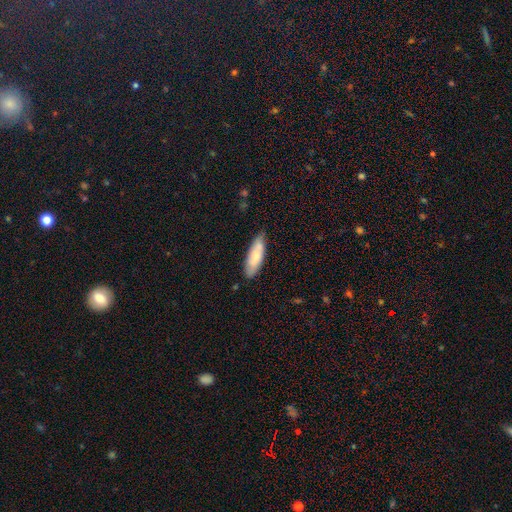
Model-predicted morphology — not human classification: This appears to be a smooth galaxy with no disk features (75%) that is in between round and cigar-shaped (51%). Merging: none (75%).